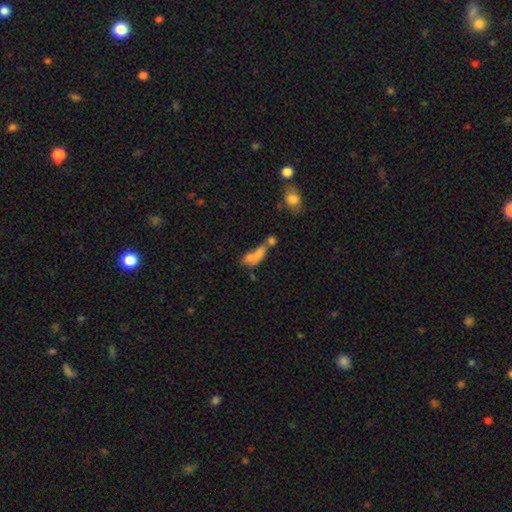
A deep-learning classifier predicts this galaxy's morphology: Smooth or featured? smooth (65%)
How rounded? in between (64%)
Merging? merger (53%)